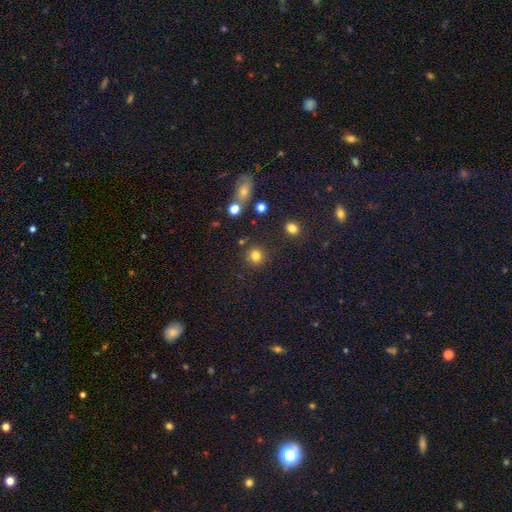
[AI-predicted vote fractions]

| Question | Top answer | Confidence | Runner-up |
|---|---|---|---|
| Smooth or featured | smooth | 81% | star or artifact (14%) |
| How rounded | round | 90% | in between (9%) |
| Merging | none | 85% | minor disturbance (8%) |